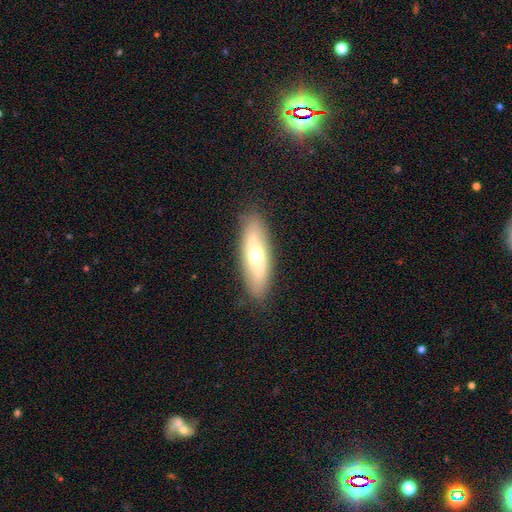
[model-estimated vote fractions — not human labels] A smooth galaxy with no disk features (52%) that is in between round and cigar-shaped (51%). Merging: none (87%).